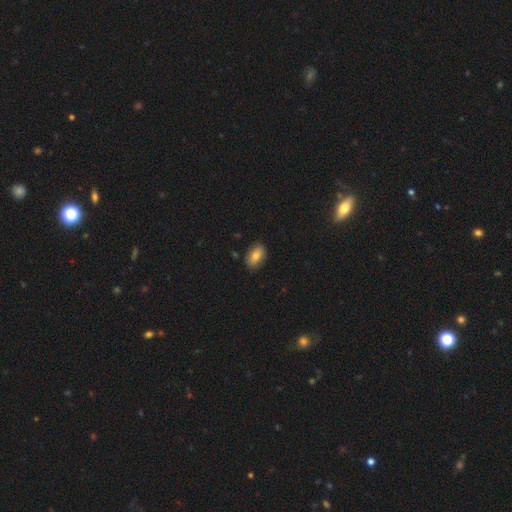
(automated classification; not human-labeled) Q: Smooth or featured?
A: smooth (78%); runner-up: featured or disk (14%)
Q: How rounded?
A: in between (90%); runner-up: round (7%)
Q: Merging?
A: none (85%); runner-up: minor disturbance (12%)